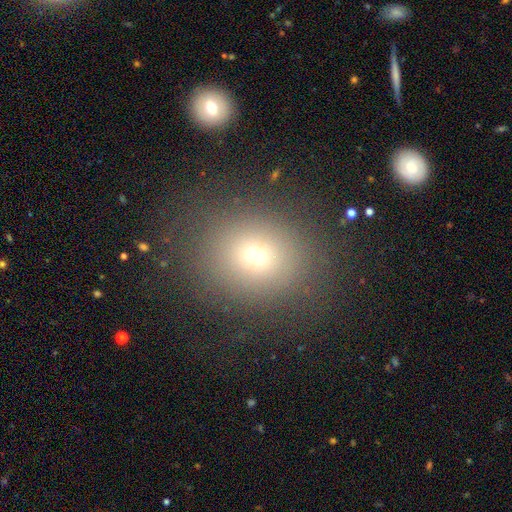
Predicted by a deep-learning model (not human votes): smooth-or-featured: smooth: 67% | star or artifact: 21% | featured or disk: 12%
  how-rounded: round: 69% | in between: 30% | cigar-shaped: 1%
  merging: none: 80% | minor disturbance: 10% | major disturbance: 7% | merger: 3%